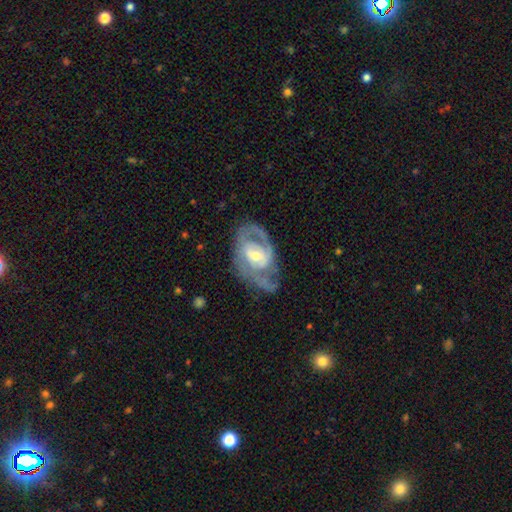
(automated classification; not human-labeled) The model was most divided on "bar" (2-way tie): no: 42%, weak: 42%, strong: 16%. Remaining: edge-on disk — no (96%); spiral arms — yes (85%); smooth or featured — featured or disk (83%); spiral arm count — 2 (61%); merging — none (57%); bulge size — moderate (53%); spiral winding — medium (43%).